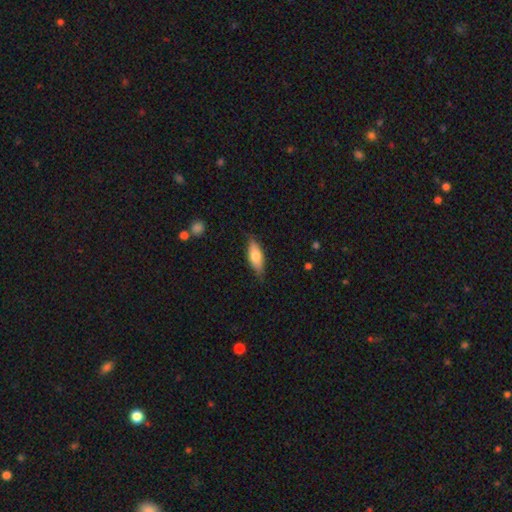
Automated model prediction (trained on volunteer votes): Smooth or featured? Predicted: smooth (p=0.67). How rounded? Predicted: in between (p=0.65). Merging? Predicted: none (p=0.78).